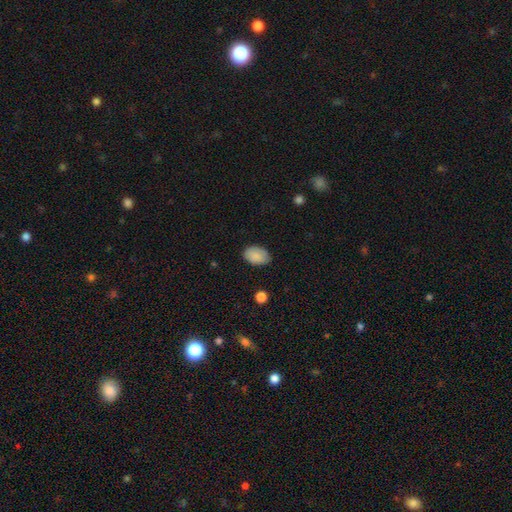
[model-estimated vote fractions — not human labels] Smooth or featured? Predicted: smooth (p=0.87). How rounded? Predicted: in between (p=0.86). Merging? Predicted: none (p=0.79).